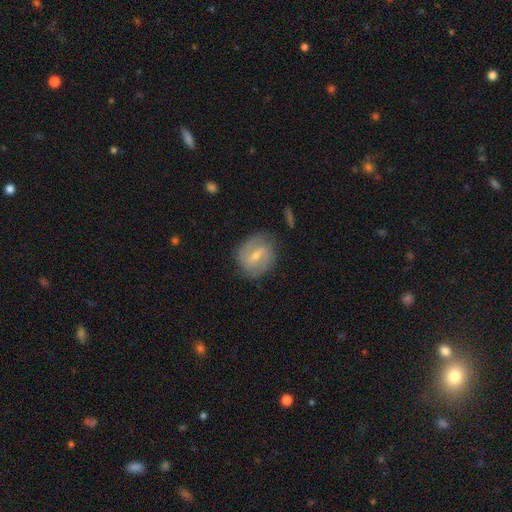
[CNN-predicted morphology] This appears to be a featured or disk galaxy (62%) with a weak bar (57%), spiral arms (80%) and a small central bulge (56%). Merging: none (75%).